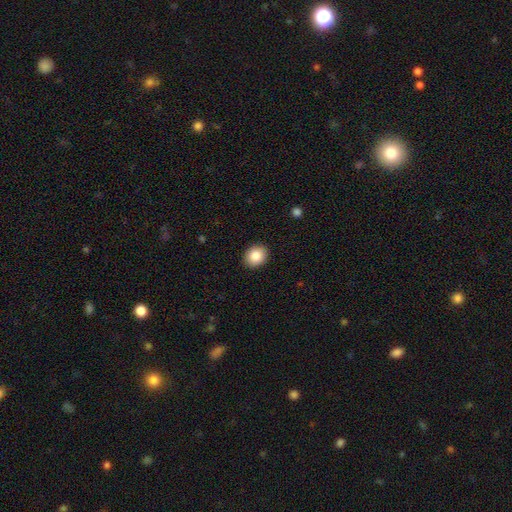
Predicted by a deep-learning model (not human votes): Morphology: type=smooth (85%); roundness=round (56%); merging=none (91%).